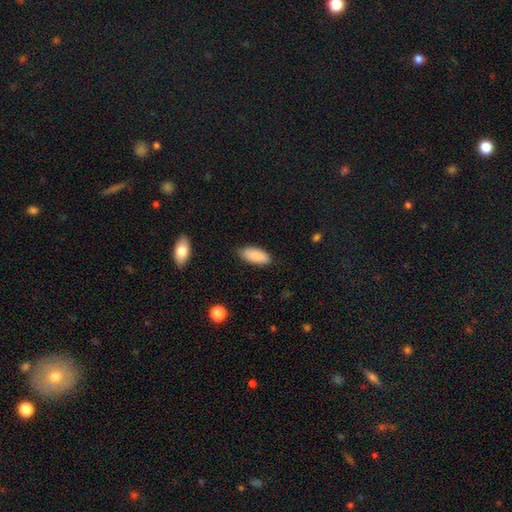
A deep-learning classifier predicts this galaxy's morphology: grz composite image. It shows a smooth galaxy with no disk features (90%) that is in between round and cigar-shaped (86%). Merging: none (85%).